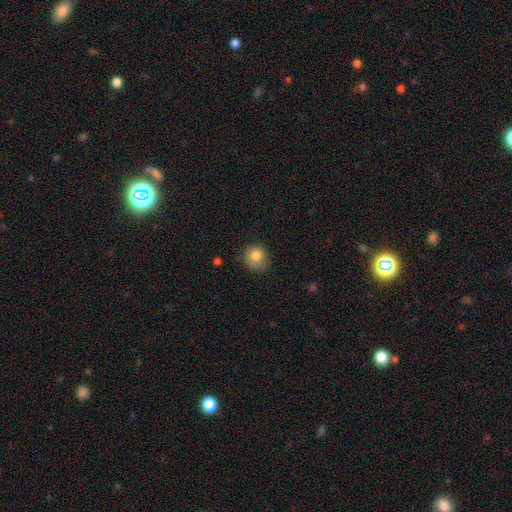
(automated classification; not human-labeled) smooth 81%, star or artifact 10%, featured or disk 9%. Down the decision tree: how rounded — round (81%); merging — none (71%).